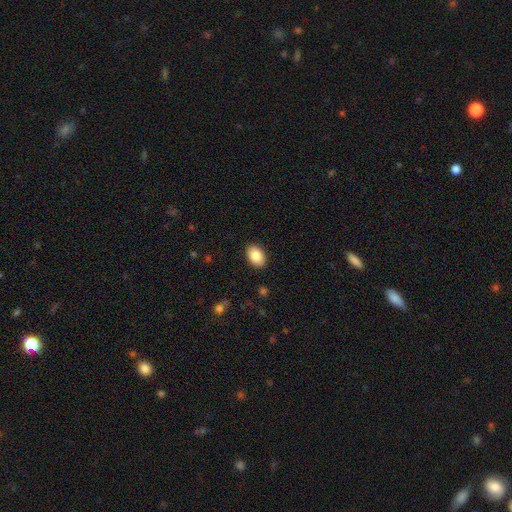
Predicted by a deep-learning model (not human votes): A smooth galaxy with no disk features (86%) that is in between round and cigar-shaped (87%). Merging: none (89%).